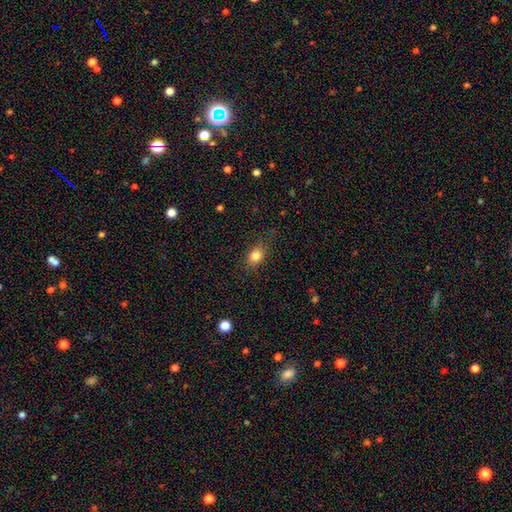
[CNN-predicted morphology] Smooth or featured?
  - smooth: 82% *
  - star or artifact: 10%
  - featured or disk: 8%
How rounded?
  - in between: 61% *
  - round: 37%
  - cigar-shaped: 2%
Merging?
  - none: 79% *
  - minor disturbance: 16%
  - major disturbance: 5%
  - merger: 1%